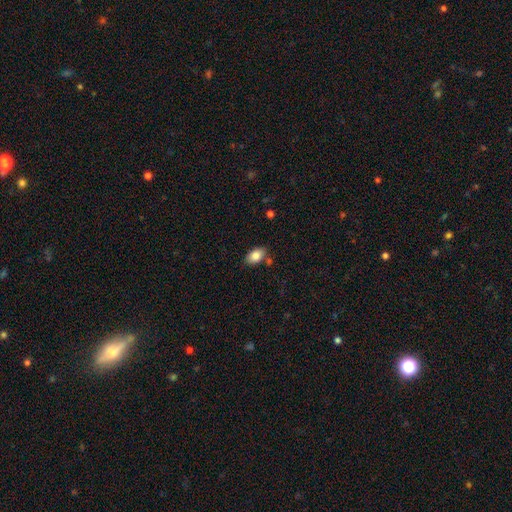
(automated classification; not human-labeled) Smooth or featured? Predicted: smooth (p=0.84). How rounded? Predicted: in between (p=0.90). Merging? Predicted: none (p=0.78).